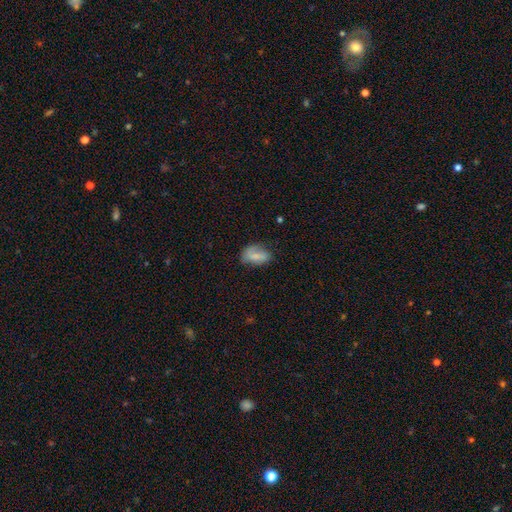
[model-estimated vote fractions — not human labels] This is likely a smooth galaxy (65%). How rounded: clearly in between (87%). Merging: possibly none (54%).